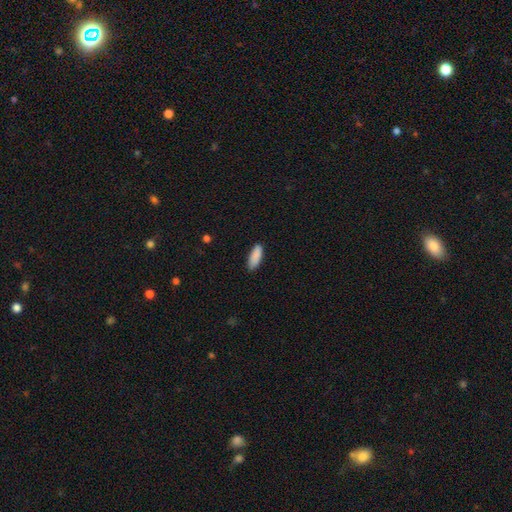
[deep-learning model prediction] A smooth galaxy with no disk features (90%) that is in between round and cigar-shaped (68%).

Vote fractions:
- Smooth or featured? smooth: 90% / star or artifact: 6% / featured or disk: 4%
- How rounded? in between: 68% / cigar-shaped: 30% / round: 2%
- Merging? none: 86% / minor disturbance: 11% / major disturbance: 2% / merger: 1%